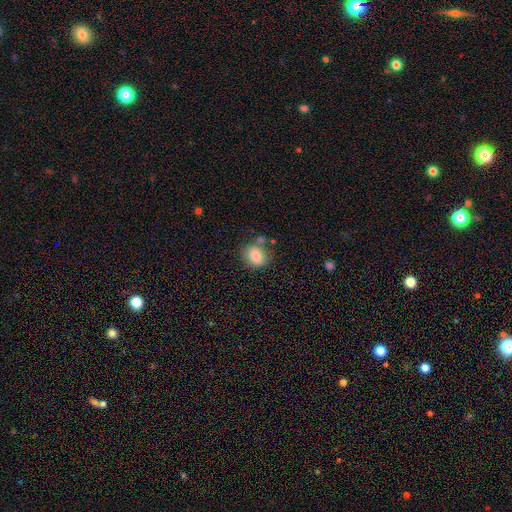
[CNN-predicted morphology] Q: Smooth or featured?
A: smooth (81%); runner-up: featured or disk (10%)
Q: How rounded?
A: round (52%); runner-up: in between (47%)
Q: Merging?
A: none (66%); runner-up: minor disturbance (16%)